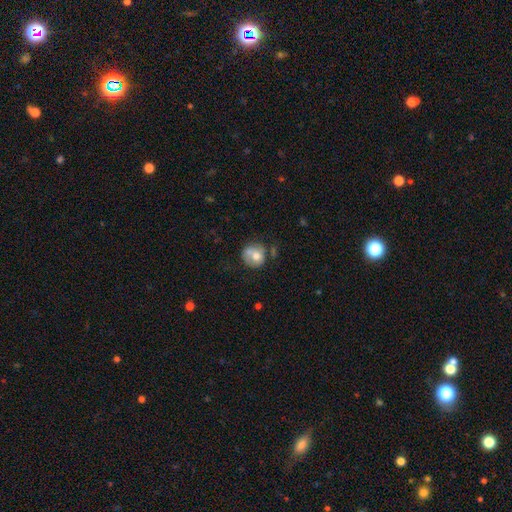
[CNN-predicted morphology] This is likely a smooth galaxy (67%). How rounded: clearly round (82%). Merging: possibly none (53%).